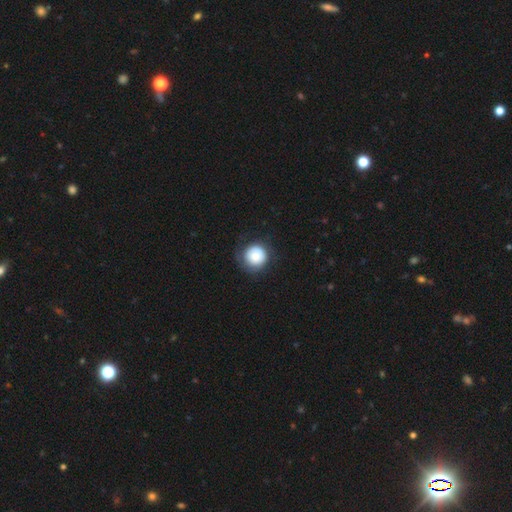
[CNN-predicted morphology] Smooth or featured: smooth — 78% (featured or disk — 14%)
How rounded: round — 95% (in between — 4%)
Merging: none — 73% (minor disturbance — 17%)